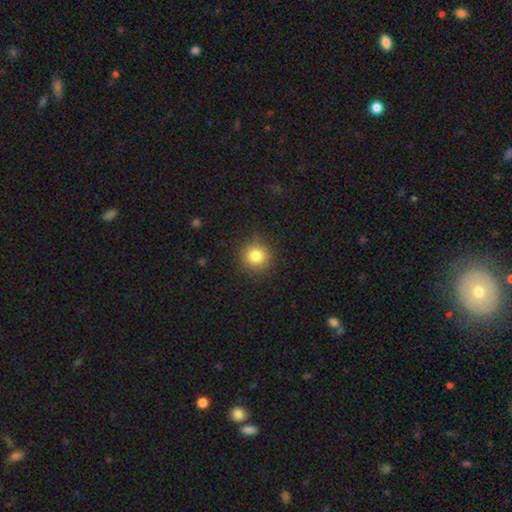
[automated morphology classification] Smooth or featured: smooth — 82% (star or artifact — 11%)
How rounded: round — 93% (in between — 7%)
Merging: none — 89% (minor disturbance — 7%)